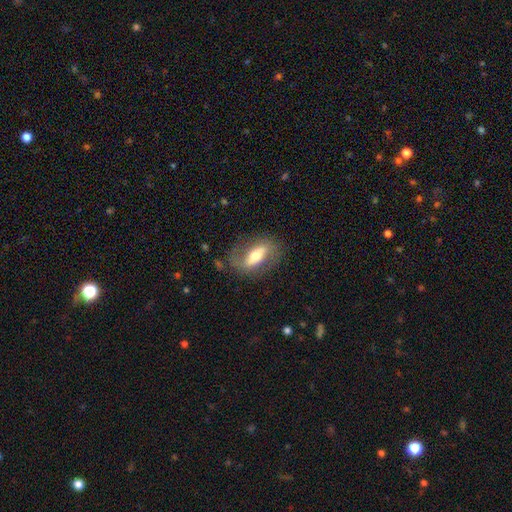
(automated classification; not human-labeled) Morphology: type=featured or disk (57%); edge-on=no (80%); merging=none (71%).